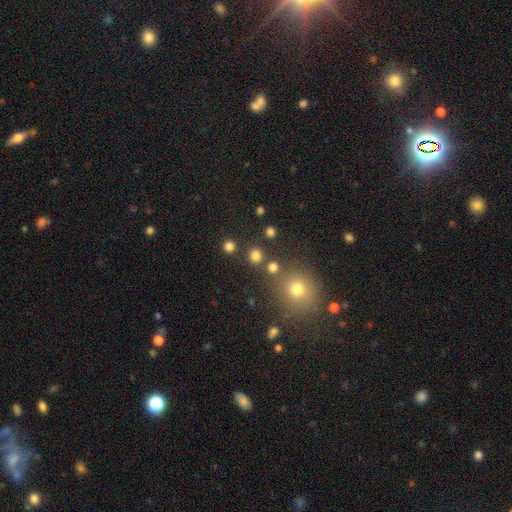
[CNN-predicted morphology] type=smooth (78%); roundness=round (92%); merging=none (82%).